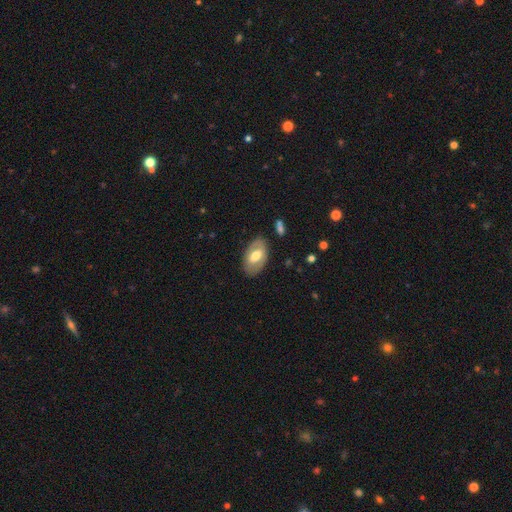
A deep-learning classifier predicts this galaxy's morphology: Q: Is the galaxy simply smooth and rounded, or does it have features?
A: smooth — 52%.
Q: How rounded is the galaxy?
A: in between — 92%.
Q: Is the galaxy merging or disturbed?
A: none — 81%.